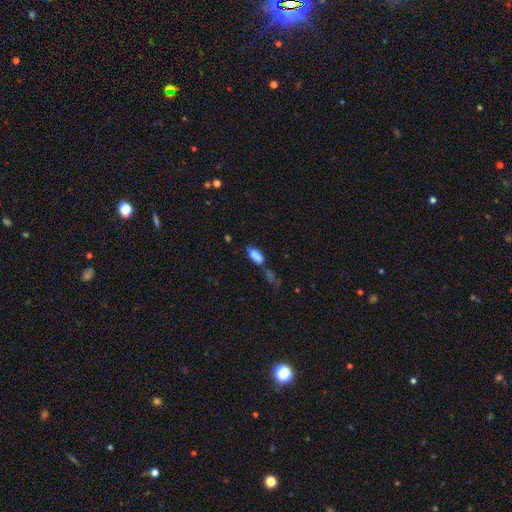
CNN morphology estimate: smooth_or_featured: smooth (p=0.79) [alt: featured or disk p=0.11]
how_rounded: in between (p=0.83) [alt: cigar-shaped p=0.14]
merging: merger (p=0.38) [alt: none p=0.32]